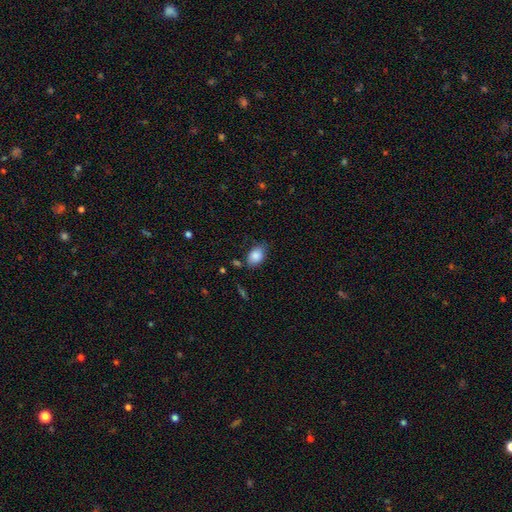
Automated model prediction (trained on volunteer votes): This appears to be a smooth galaxy with no disk features (86%) that is in between round and cigar-shaped (81%). Merging: none (71%).